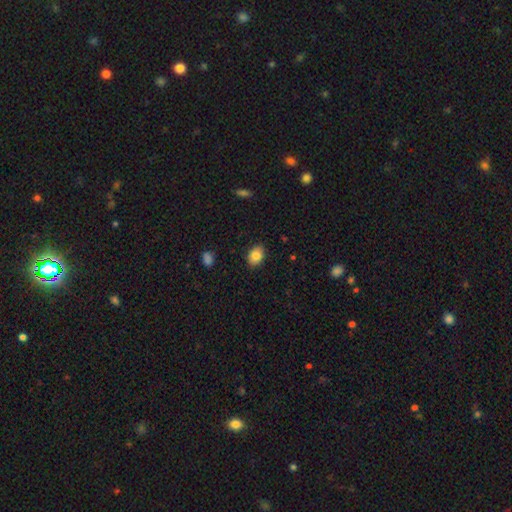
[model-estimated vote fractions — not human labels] This appears to be a smooth galaxy with no disk features (83%) that is in between round and cigar-shaped (79%). Merging: none (85%).